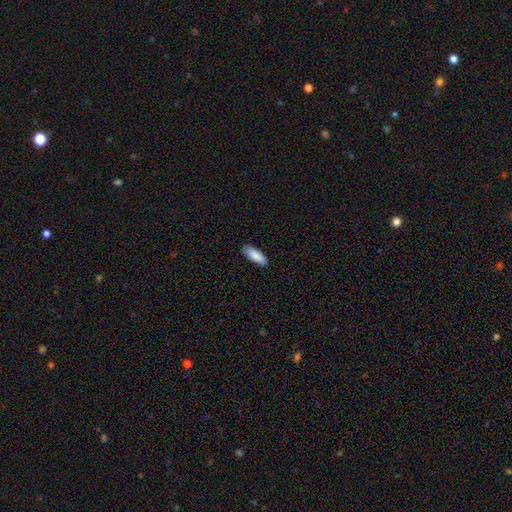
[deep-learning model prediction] The model was most divided on "how rounded": in between: 69%, cigar-shaped: 29%, round: 2%. More confident: smooth or featured — smooth (88%); merging — none (87%).